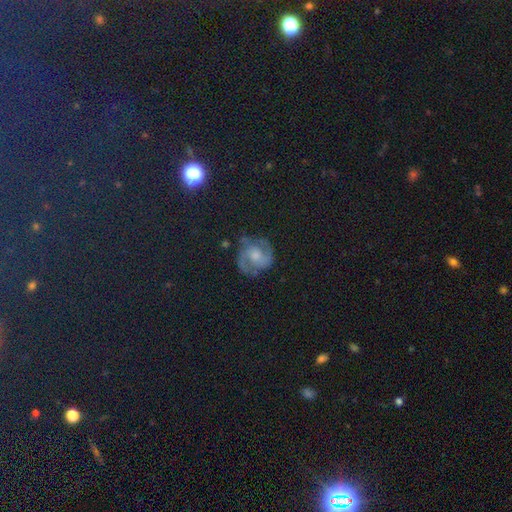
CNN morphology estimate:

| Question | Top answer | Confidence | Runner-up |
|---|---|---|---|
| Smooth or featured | featured or disk | 76% | smooth (13%) |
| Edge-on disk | no | 98% | yes (2%) |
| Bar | no | 62% | weak (32%) |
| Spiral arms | yes | 95% | no (5%) |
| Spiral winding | medium | 53% | tight (33%) |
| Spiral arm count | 2 | 87% | can't tell (5%) |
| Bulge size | moderate | 47% | small (27%) |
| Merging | none | 75% | minor disturbance (16%) |